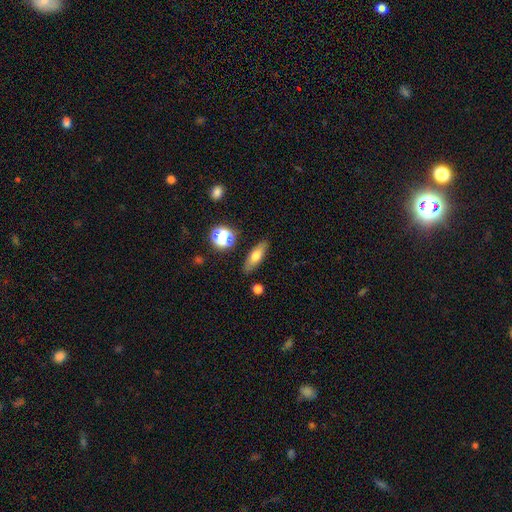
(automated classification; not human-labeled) Smooth or featured? Predicted: smooth (p=0.66). How rounded? Predicted: in between (p=0.58). Merging? Predicted: none (p=0.85).